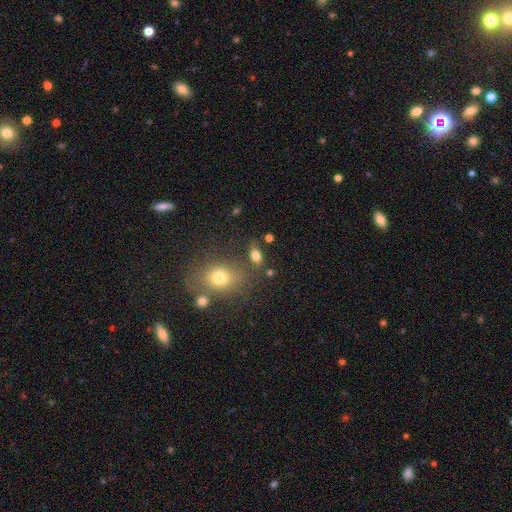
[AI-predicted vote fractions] Smooth or featured: smooth — 77% (star or artifact — 12%)
How rounded: in between — 81% (round — 13%)
Merging: none — 70% (minor disturbance — 13%)